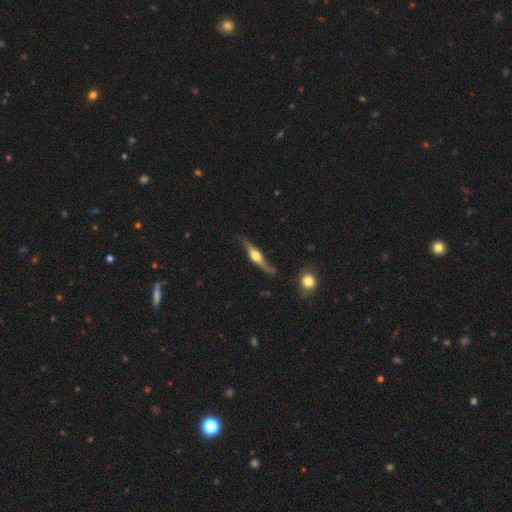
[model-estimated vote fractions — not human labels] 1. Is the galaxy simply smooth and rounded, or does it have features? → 72% featured or disk, 23% smooth, 6% star or artifact.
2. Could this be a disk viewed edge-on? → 84% yes, 16% no.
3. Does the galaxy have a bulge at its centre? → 91% rounded, 6% boxy, 3% none.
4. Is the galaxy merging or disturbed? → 61% none, 23% minor disturbance, 11% major disturbance, 5% merger.